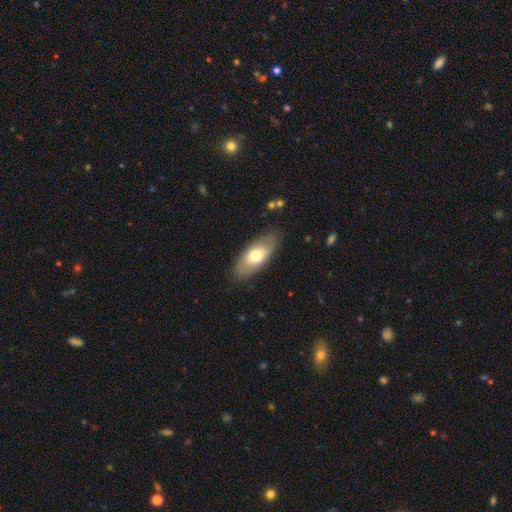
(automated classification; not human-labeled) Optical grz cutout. It shows a smooth galaxy with no disk features (66%) that is in between round and cigar-shaped (84%). Merging: none (82%).